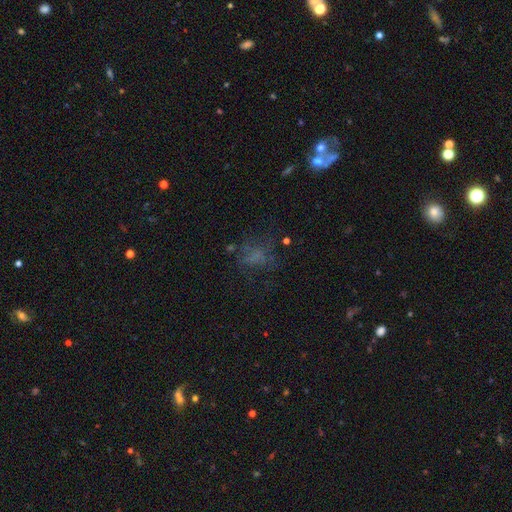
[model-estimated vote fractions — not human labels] smooth_or_featured: smooth (p=0.45) [alt: featured or disk p=0.28]
merging: none (p=0.51) [alt: major disturbance p=0.26]